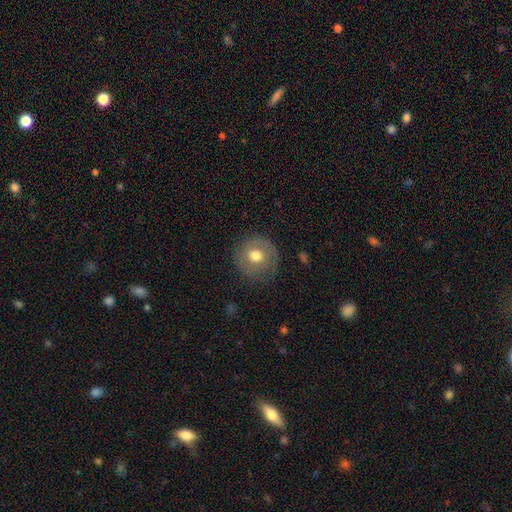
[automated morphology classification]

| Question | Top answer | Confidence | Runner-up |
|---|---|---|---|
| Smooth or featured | smooth | 63% | featured or disk (29%) |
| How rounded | round | 91% | in between (8%) |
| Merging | none | 78% | minor disturbance (14%) |